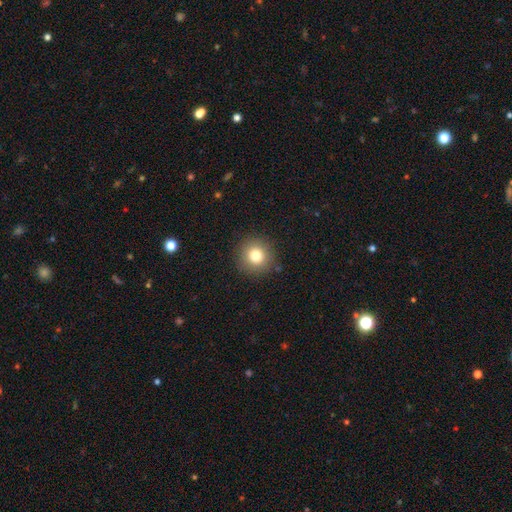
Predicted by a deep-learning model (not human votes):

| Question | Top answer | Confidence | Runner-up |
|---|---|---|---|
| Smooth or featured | smooth | 79% | star or artifact (12%) |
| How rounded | round | 94% | in between (5%) |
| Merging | none | 89% | minor disturbance (7%) |